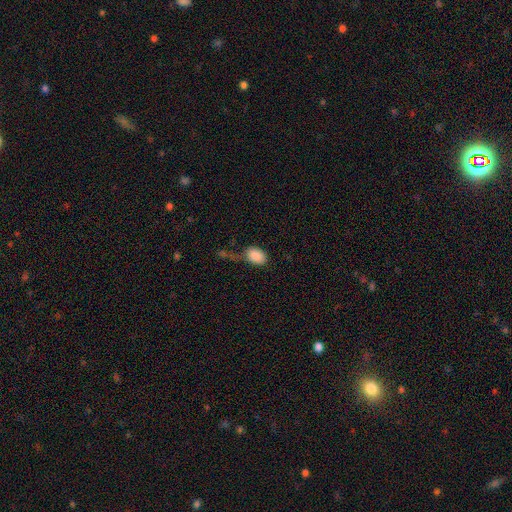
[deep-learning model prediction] Overall: smooth (88%). How rounded: in between (80%). Merging: none (51%; minor disturbance 23%).